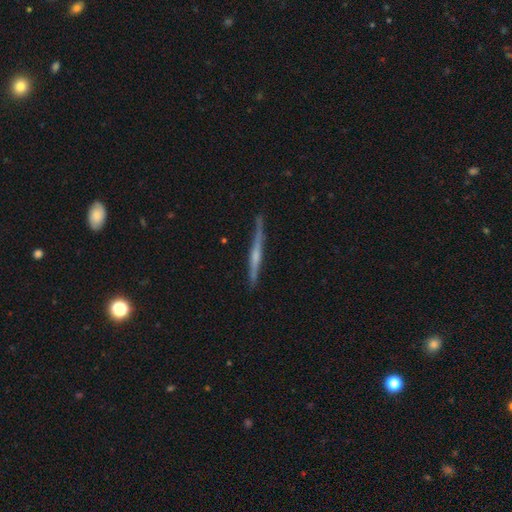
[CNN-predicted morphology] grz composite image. It shows a featured or disk galaxy (68%) viewed edge-on (98%) with a rounded central bulge (45%). Merging: none (85%).